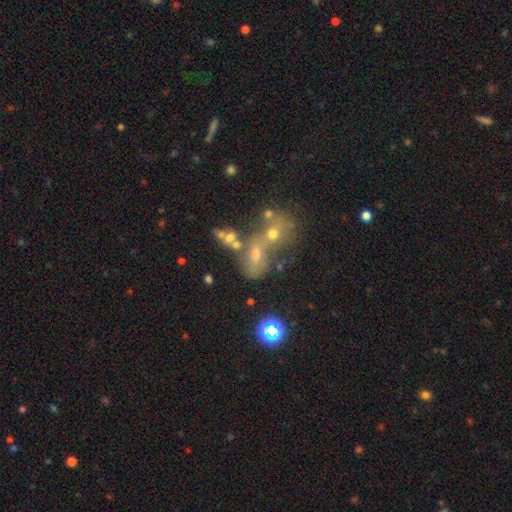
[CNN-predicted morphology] Q: Smooth or featured?
A: smooth (53%); runner-up: featured or disk (27%)
Q: How rounded?
A: in between (71%); runner-up: round (25%)
Q: Merging?
A: merger (60%); runner-up: none (21%)